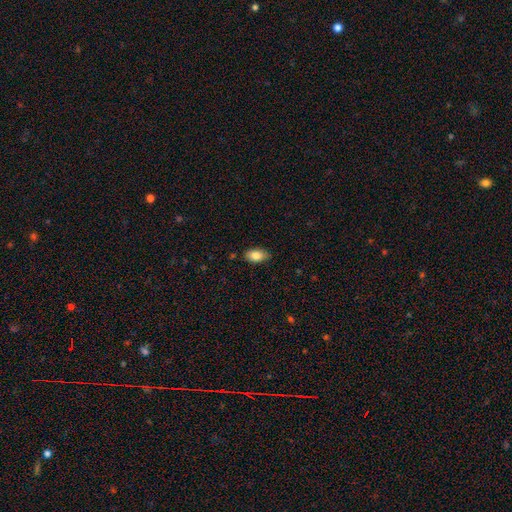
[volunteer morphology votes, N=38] This appears to be a smooth galaxy with no disk features (82%) that is in between round and cigar-shaped (94%). Merging: none (86%).